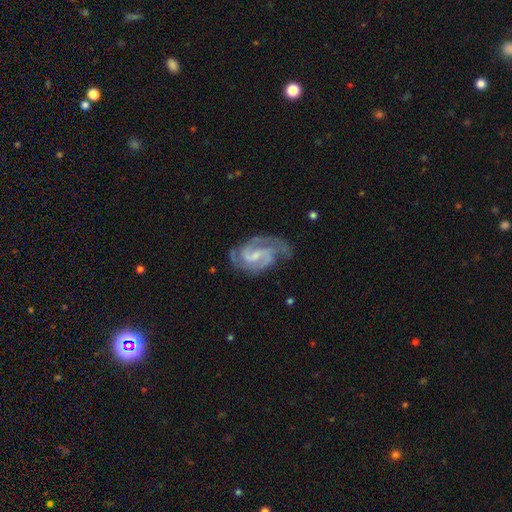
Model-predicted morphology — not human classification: A featured or disk galaxy (90%) with a weak bar (53%), 2 (65%) medium (52%) spiral arms (98%) and a small central bulge (60%). Merging: none (67%).